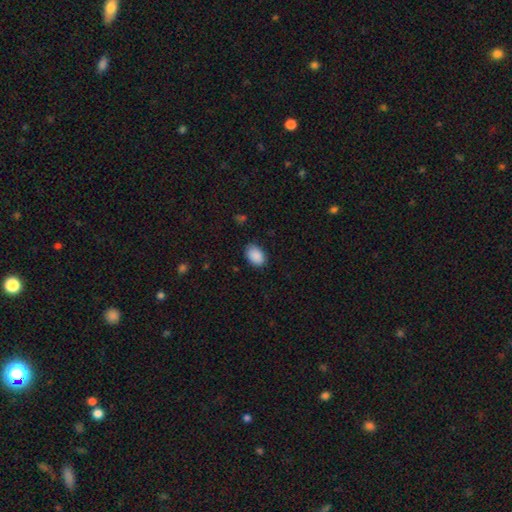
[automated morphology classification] The model was most divided on "merging": none: 83%, minor disturbance: 13%, major disturbance: 3%, merger: 1%. More confident: smooth or featured — smooth (90%); how rounded — in between (86%).